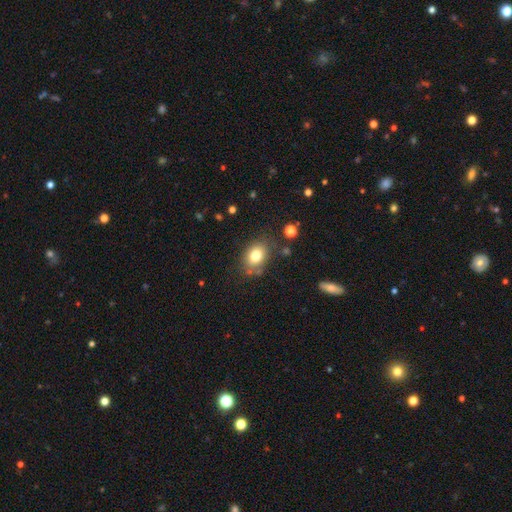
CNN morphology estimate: Smooth or featured: smooth — 78% (featured or disk — 11%)
How rounded: in between — 63% (round — 36%)
Merging: none — 74% (minor disturbance — 16%)